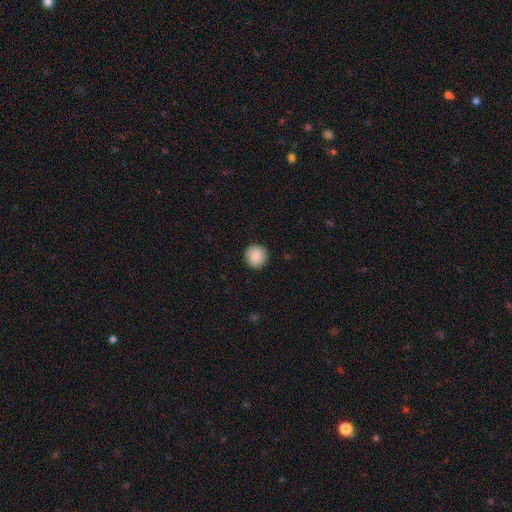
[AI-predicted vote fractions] Smooth or featured: smooth — 88% (star or artifact — 7%)
How rounded: round — 93% (in between — 6%)
Merging: none — 91% (minor disturbance — 6%)